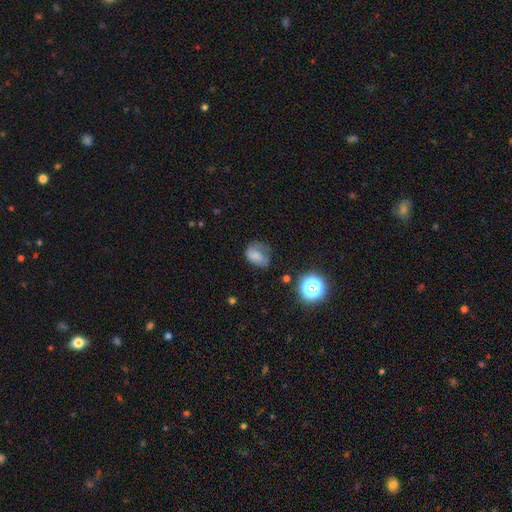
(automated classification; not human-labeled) Smooth or featured? smooth (71%)
How rounded? in between (62%)
Merging? none (42%)